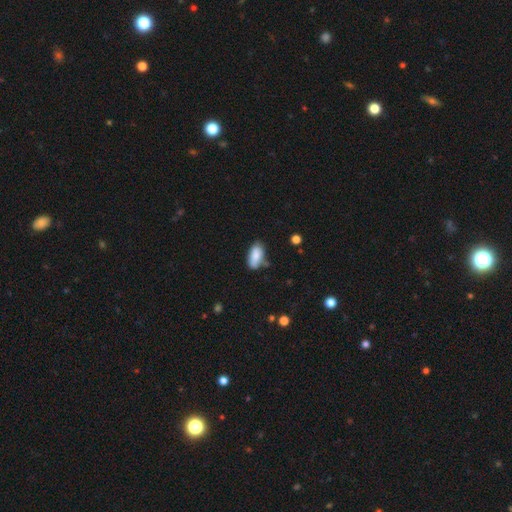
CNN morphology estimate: This is clearly a smooth galaxy (85%). How rounded: clearly in between (92%). Merging: likely none (64%).